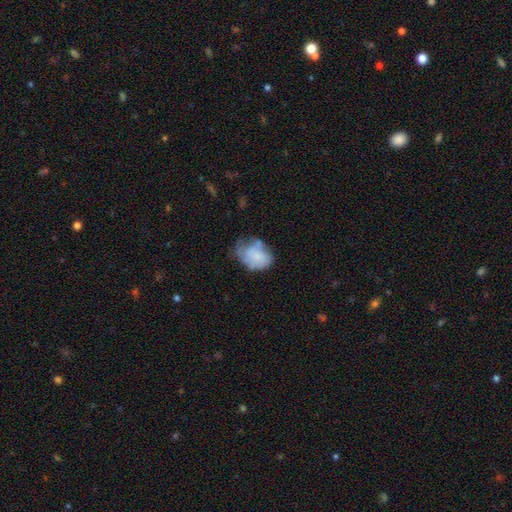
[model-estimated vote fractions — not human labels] smooth 65%, featured or disk 27%, star or artifact 8%. Down the decision tree: how rounded — in between (64%); merging — minor disturbance (38%).